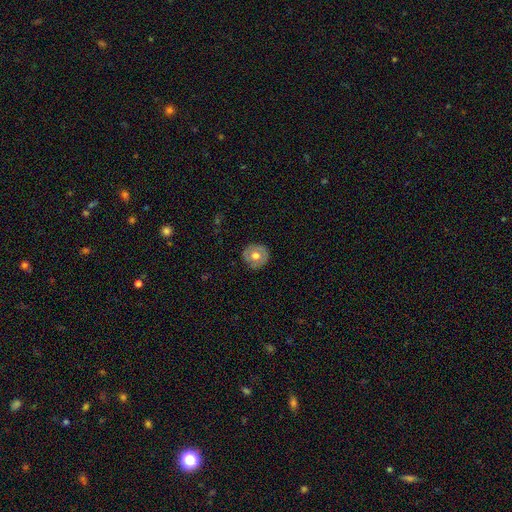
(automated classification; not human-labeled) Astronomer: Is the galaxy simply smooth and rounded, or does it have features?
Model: smooth — 55% (runner-up: featured or disk, 38%).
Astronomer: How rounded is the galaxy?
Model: round — 90%.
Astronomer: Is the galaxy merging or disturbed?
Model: none — 85%.